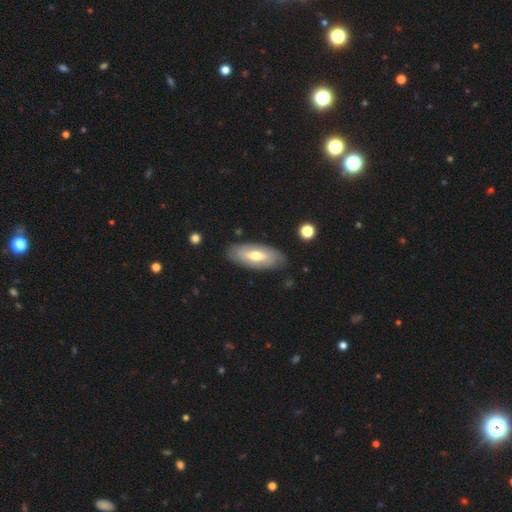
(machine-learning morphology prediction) A featured or disk galaxy (54%). Merging: none (82%).